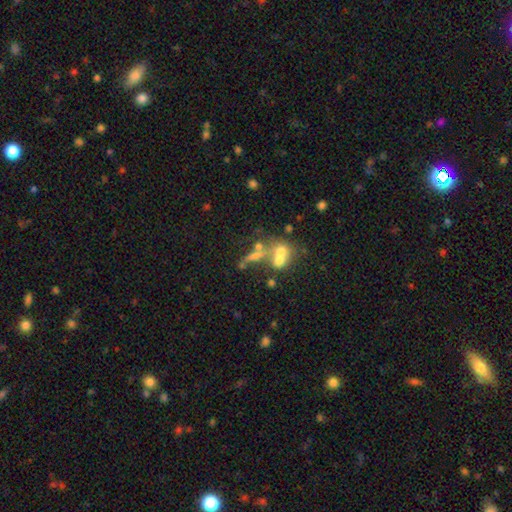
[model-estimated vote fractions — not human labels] smooth-or-featured: smooth: 44% | featured or disk: 35% | star or artifact: 21%
  merging: merger: 54% | none: 27% | major disturbance: 11% | minor disturbance: 8%